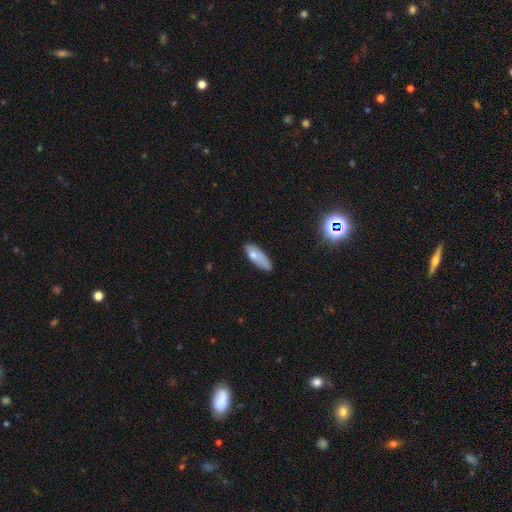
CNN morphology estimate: smooth-or-featured: smooth: 73% | featured or disk: 19% | star or artifact: 8%
  how-rounded: in between: 65% | cigar-shaped: 33% | round: 2%
  merging: none: 52% | minor disturbance: 33% | major disturbance: 11% | merger: 4%